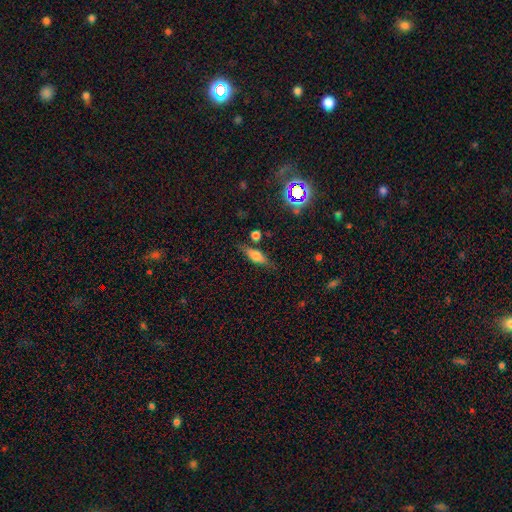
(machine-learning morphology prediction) smooth_or_featured: smooth (p=0.55) [alt: featured or disk p=0.34]
how_rounded: in between (p=0.52) [alt: cigar-shaped p=0.43]
merging: none (p=0.74) [alt: minor disturbance p=0.16]